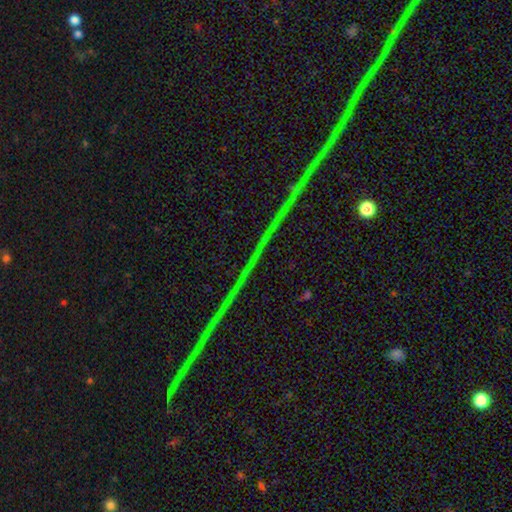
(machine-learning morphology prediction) Smooth or featured: star or artifact — 76% (featured or disk — 16%)